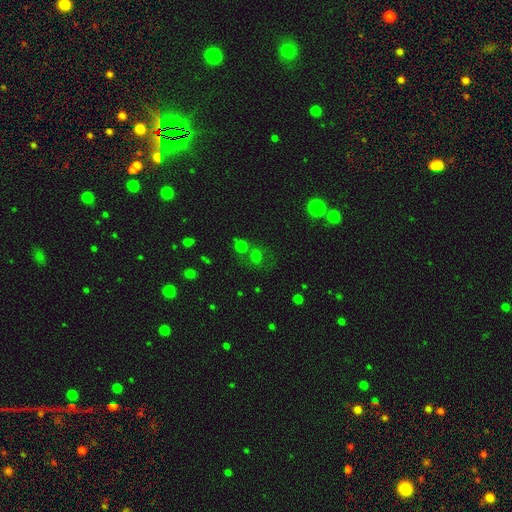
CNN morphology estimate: The model was most divided on "smooth or featured": smooth: 60%, star or artifact: 31%, featured or disk: 9%. More confident: how rounded — round (76%); merging — none (59%).